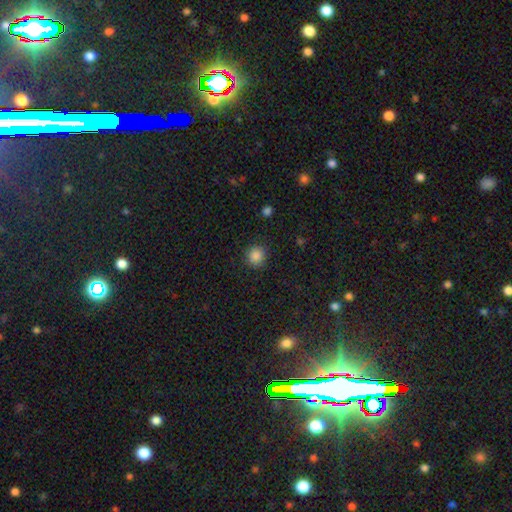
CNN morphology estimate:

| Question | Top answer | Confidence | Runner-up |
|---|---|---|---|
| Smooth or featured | smooth | 86% | star or artifact (11%) |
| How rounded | round | 91% | in between (8%) |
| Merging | none | 89% | minor disturbance (7%) |